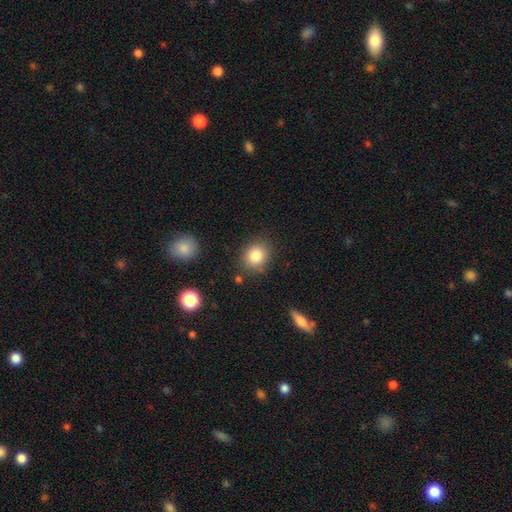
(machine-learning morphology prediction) The model was most divided on "how rounded": round: 75%, in between: 24%, cigar-shaped: 1%. More confident: smooth or featured — smooth (84%); merging — none (83%).